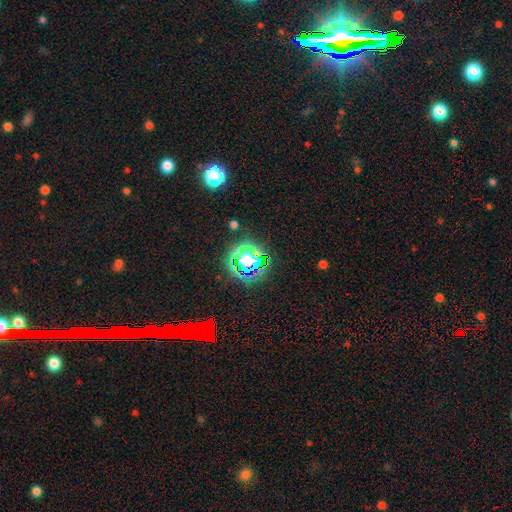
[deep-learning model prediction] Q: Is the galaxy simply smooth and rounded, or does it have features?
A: star or artifact — 59%.